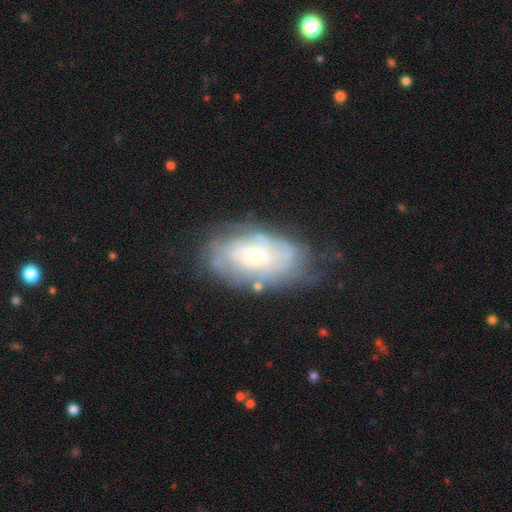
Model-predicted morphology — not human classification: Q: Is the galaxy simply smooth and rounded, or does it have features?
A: featured or disk — 77%.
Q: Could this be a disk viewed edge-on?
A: no — 95%.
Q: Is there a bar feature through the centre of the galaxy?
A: no — 71%.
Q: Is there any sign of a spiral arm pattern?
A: yes — 87%.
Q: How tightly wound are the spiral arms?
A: tight — 69%.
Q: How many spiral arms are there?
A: can't tell — 55%.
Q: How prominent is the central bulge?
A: small — 60%.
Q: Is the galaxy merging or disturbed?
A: none — 68%.